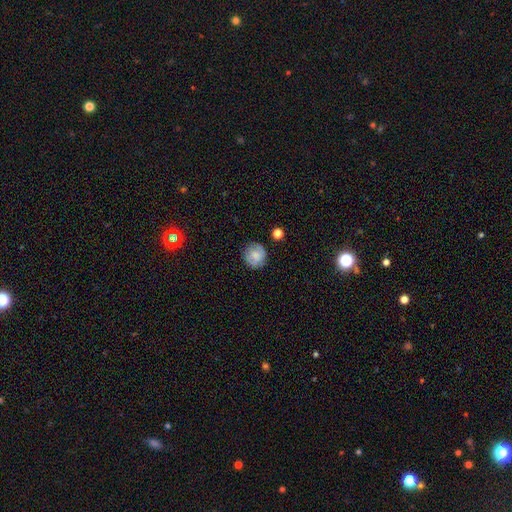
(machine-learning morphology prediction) Smooth or featured: smooth — 67% (featured or disk — 24%)
How rounded: round — 89% (in between — 10%)
Merging: none — 80% (minor disturbance — 14%)